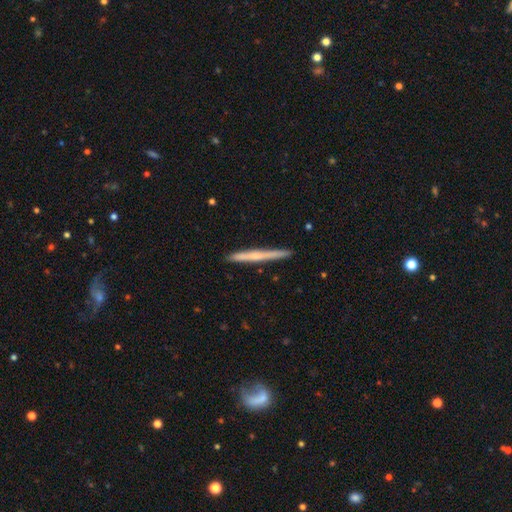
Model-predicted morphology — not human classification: Smooth or featured? smooth (48%)
Merging? none (91%)